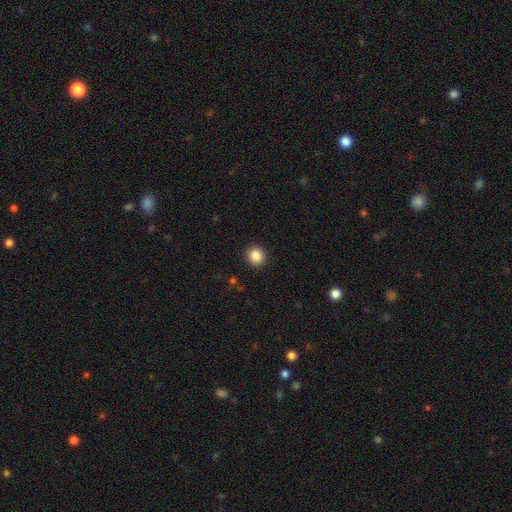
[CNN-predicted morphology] Overall: smooth (86%). How rounded: round (90%). Merging: none (92%).